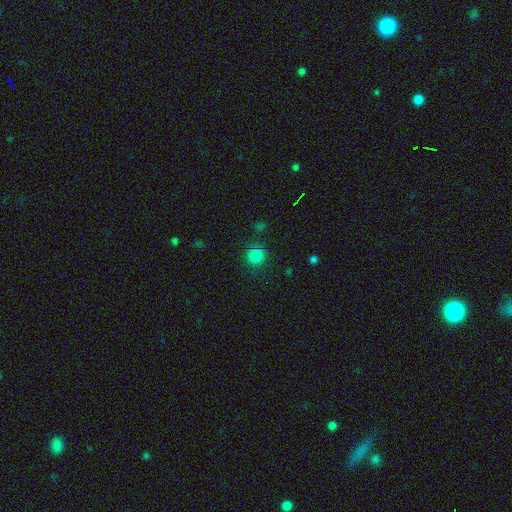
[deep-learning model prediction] Smooth or featured? Predicted: smooth (p=0.83). How rounded? Predicted: round (p=0.92). Merging? Predicted: none (p=0.88).